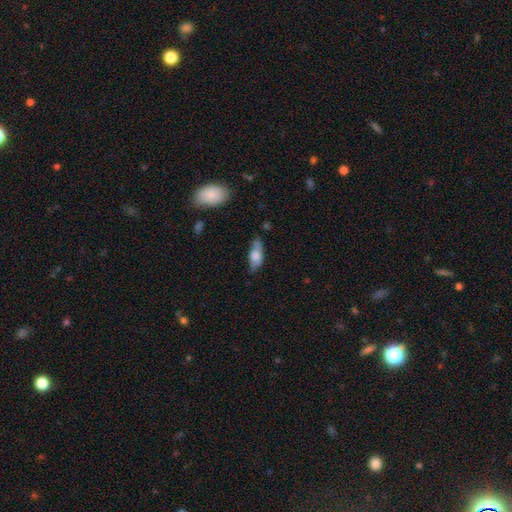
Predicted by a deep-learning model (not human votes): smooth 64%, featured or disk 29%, star or artifact 8%. Down the decision tree: how rounded — in between (69%); merging — none (59%).